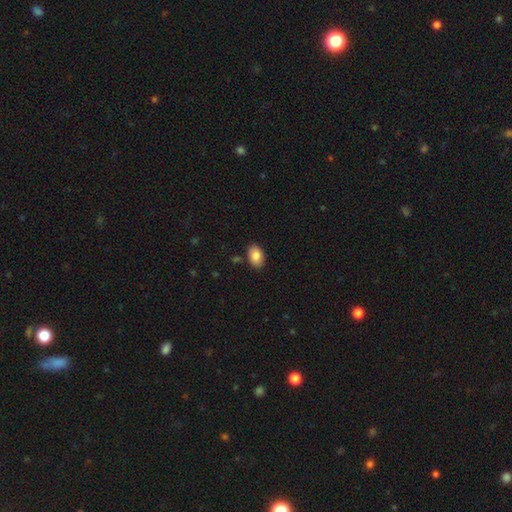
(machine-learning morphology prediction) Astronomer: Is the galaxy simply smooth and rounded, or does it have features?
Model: smooth — 85%.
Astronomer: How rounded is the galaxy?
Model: in between — 89%.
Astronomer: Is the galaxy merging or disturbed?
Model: none — 87%.